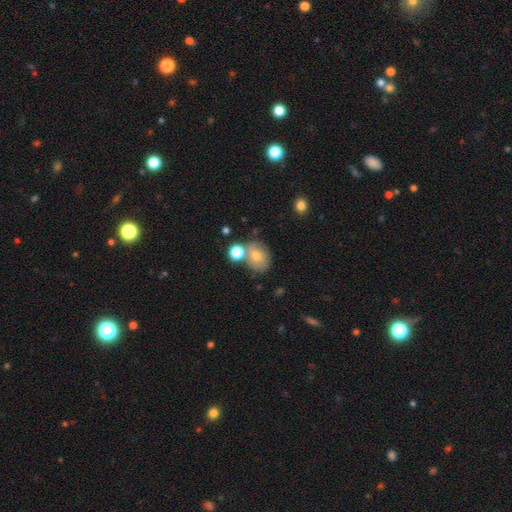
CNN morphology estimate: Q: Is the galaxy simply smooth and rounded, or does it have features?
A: smooth — 65%.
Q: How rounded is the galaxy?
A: round — 53%.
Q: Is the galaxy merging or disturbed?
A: none — 56%.